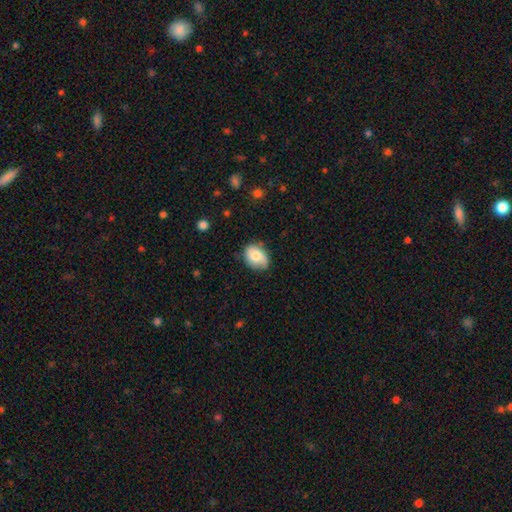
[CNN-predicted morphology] smooth 69%, featured or disk 23%, star or artifact 8%. Down the decision tree: how rounded — in between (68%); merging — none (72%).